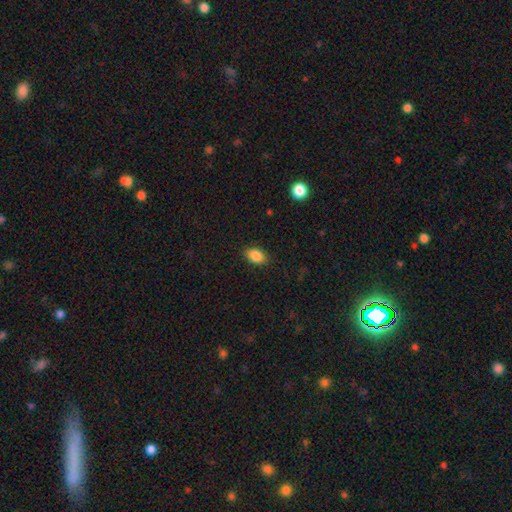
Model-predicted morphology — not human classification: This appears to be a smooth galaxy with no disk features (87%) that is in between round and cigar-shaped (83%). Merging: none (88%).